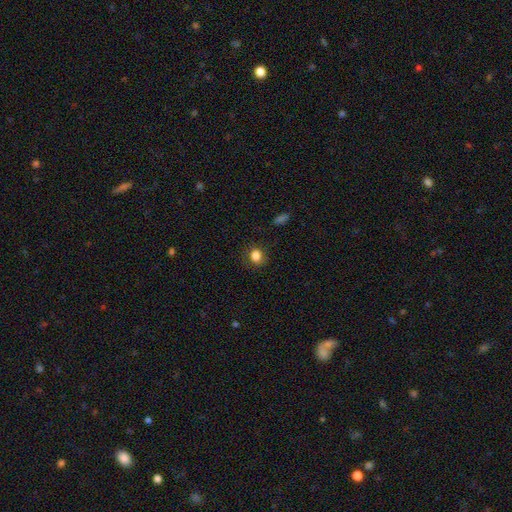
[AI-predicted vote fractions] smooth-or-featured: smooth: 84% | star or artifact: 11% | featured or disk: 5%
  how-rounded: round: 61% | in between: 38% | cigar-shaped: 1%
  merging: none: 84% | minor disturbance: 11% | major disturbance: 4% | merger: 1%